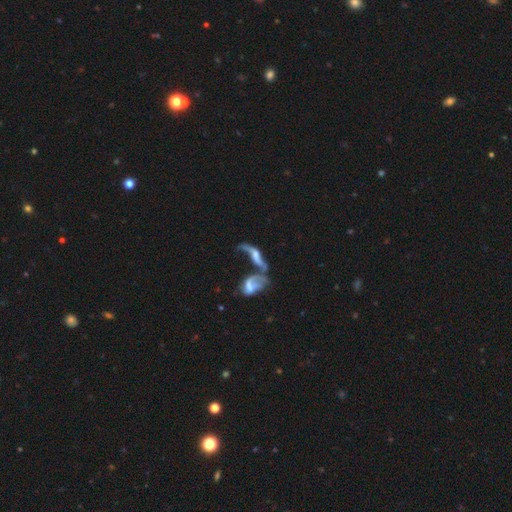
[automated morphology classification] Smooth or featured: featured or disk — 74% (smooth — 17%)
Edge-on disk: no — 78% (yes — 22%)
Bar: no — 54% (weak — 32%)
Spiral arms: yes — 78% (no — 22%)
Bulge size: moderate — 36% (small — 30%)
Merging: merger — 63% (none — 15%)